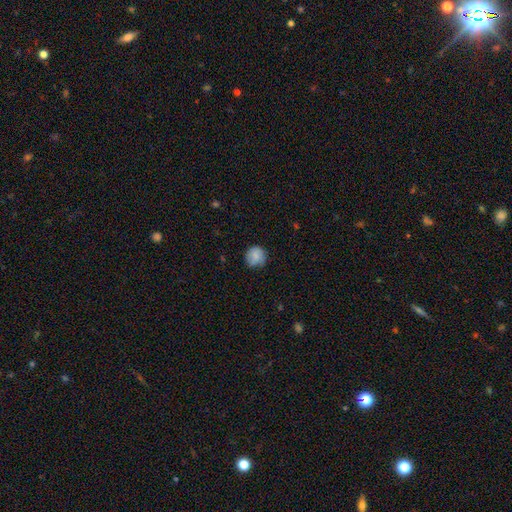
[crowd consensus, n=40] A smooth galaxy with no disk features (85%) that is round (88%). Merging: none (67%).